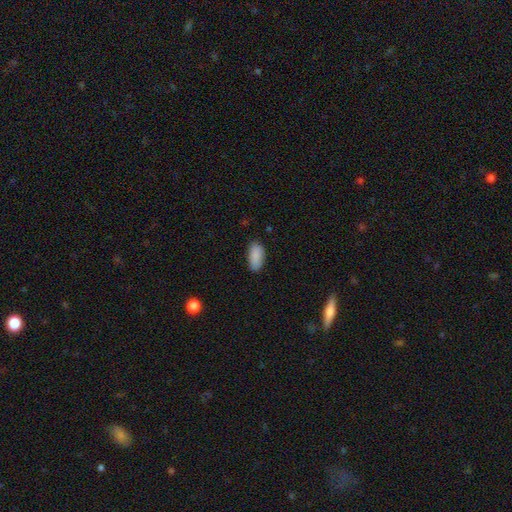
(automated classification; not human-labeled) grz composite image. It shows a smooth galaxy with no disk features (89%) that is in between round and cigar-shaped (91%). Merging: none (82%).